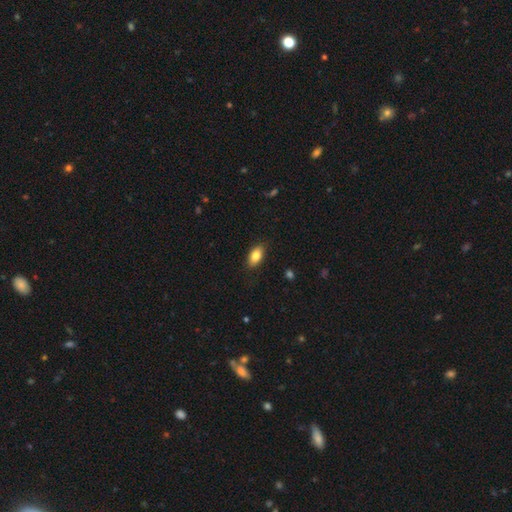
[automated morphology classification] Smooth or featured? Predicted: smooth (p=0.83). How rounded? Predicted: in between (p=0.91). Merging? Predicted: none (p=0.86).